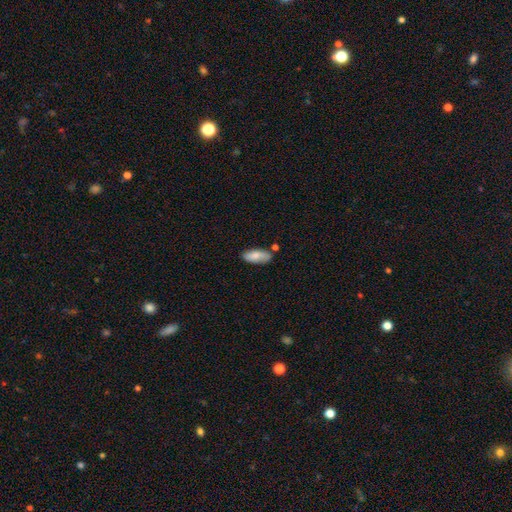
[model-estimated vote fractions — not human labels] Morphology: type=smooth (80%); roundness=in between (84%); merging=none (71%).